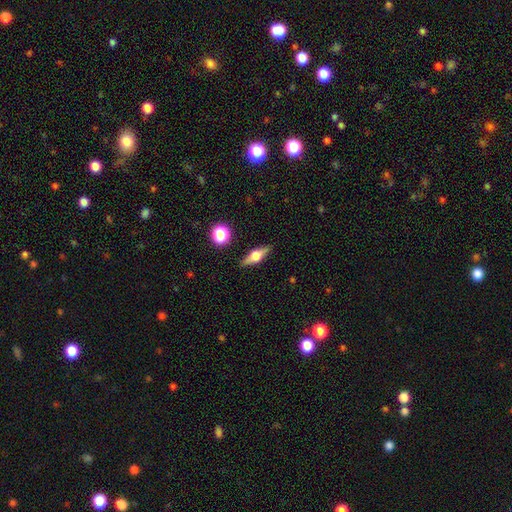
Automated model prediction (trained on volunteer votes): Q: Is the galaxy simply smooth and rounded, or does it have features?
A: featured or disk — 60%.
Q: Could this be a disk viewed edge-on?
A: yes — 94%.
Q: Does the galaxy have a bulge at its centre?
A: rounded — 94%.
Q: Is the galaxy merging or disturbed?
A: none — 89%.